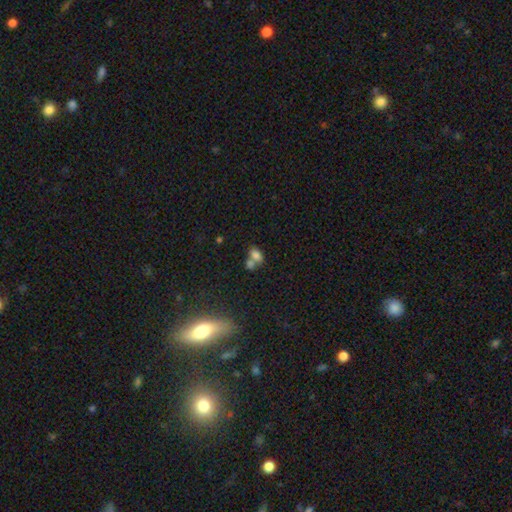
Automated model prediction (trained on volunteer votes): This appears to be a smooth galaxy with no disk features (60%) that is in between round and cigar-shaped (54%). Merging: none (50%).